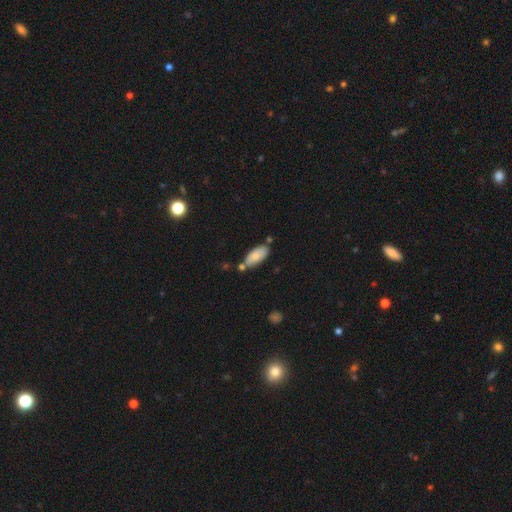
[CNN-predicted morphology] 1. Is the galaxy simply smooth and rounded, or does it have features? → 81% smooth, 13% featured or disk, 7% star or artifact.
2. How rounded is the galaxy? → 87% in between, 12% cigar-shaped, 2% round.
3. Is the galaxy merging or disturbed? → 62% none, 19% minor disturbance, 15% merger, 4% major disturbance.